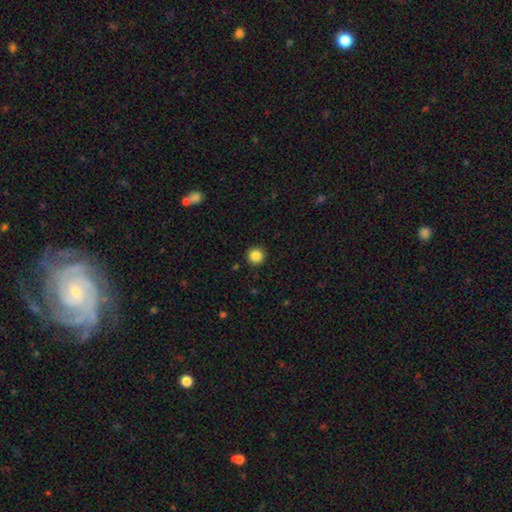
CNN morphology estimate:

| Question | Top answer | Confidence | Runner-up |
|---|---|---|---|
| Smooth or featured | smooth | 86% | star or artifact (10%) |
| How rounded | round | 95% | in between (4%) |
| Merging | none | 92% | minor disturbance (5%) |